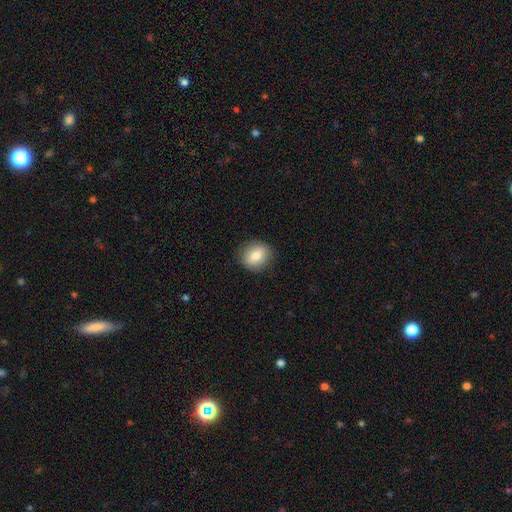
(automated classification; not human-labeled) smooth 76%, featured or disk 16%, star or artifact 8%. Down the decision tree: how rounded — round (67%); merging — none (87%).